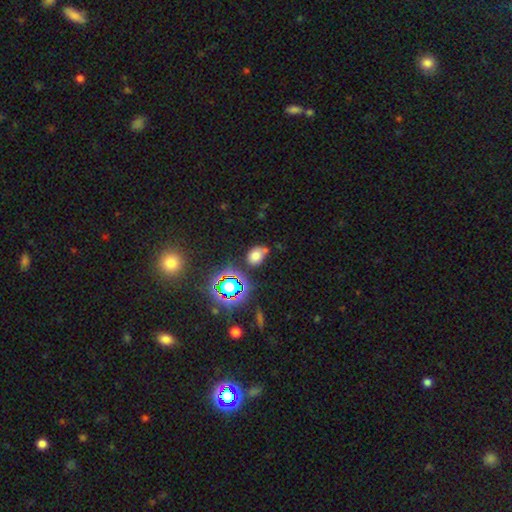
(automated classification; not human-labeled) Overall: smooth (67%). How rounded: in between (51%; round 47%). Merging: none (57%; minor disturbance 21%).